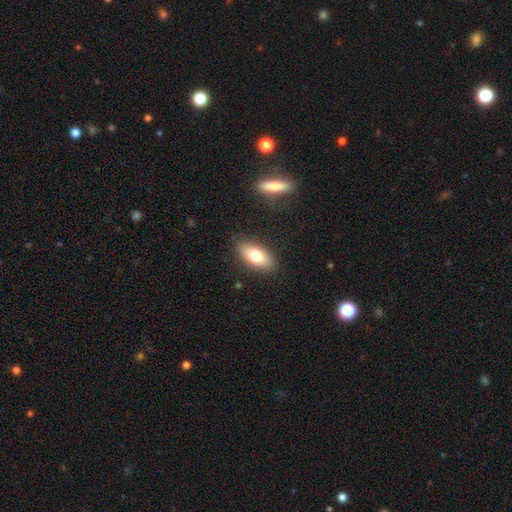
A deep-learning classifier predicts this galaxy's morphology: smooth-or-featured: smooth: 75% | featured or disk: 18% | star or artifact: 7%
  how-rounded: in between: 88% | cigar-shaped: 8% | round: 4%
  merging: none: 87% | minor disturbance: 9% | major disturbance: 2% | merger: 2%